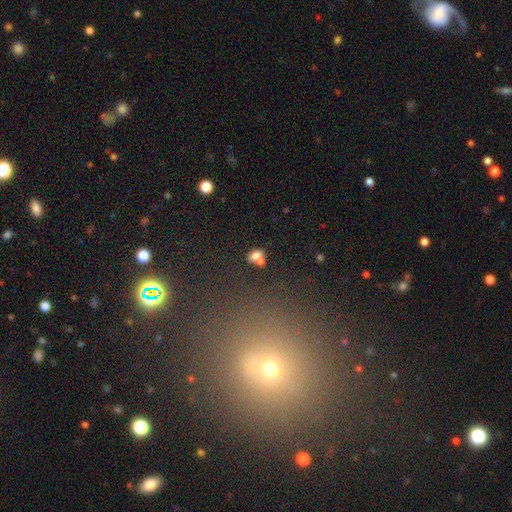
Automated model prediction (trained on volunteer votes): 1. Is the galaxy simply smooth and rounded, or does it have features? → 73% smooth, 13% featured or disk, 13% star or artifact.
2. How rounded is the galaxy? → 68% in between, 30% round, 2% cigar-shaped.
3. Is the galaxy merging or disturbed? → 45% merger, 37% none, 12% minor disturbance, 6% major disturbance.